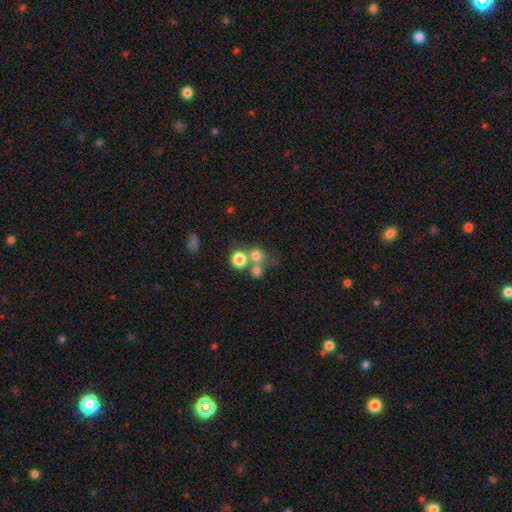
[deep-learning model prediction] The model was most divided on "merging": none: 46%, merger: 41%, minor disturbance: 8%, major disturbance: 6%. More confident: how rounded — round (86%); smooth or featured — smooth (71%).